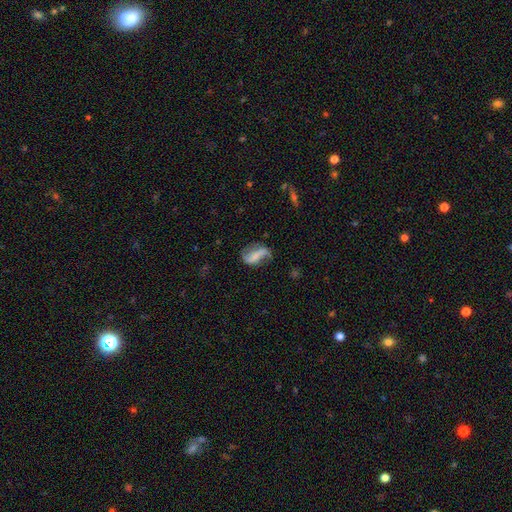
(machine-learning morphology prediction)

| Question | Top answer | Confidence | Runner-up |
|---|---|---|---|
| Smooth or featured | featured or disk | 70% | smooth (22%) |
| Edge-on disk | no | 95% | yes (5%) |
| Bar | strong | 42% | weak (32%) |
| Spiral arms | yes | 88% | no (12%) |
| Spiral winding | loose | 72% | medium (21%) |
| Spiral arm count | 2 | 84% | 1 (9%) |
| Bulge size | small | 51% | moderate (22%) |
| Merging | none | 58% | minor disturbance (23%) |